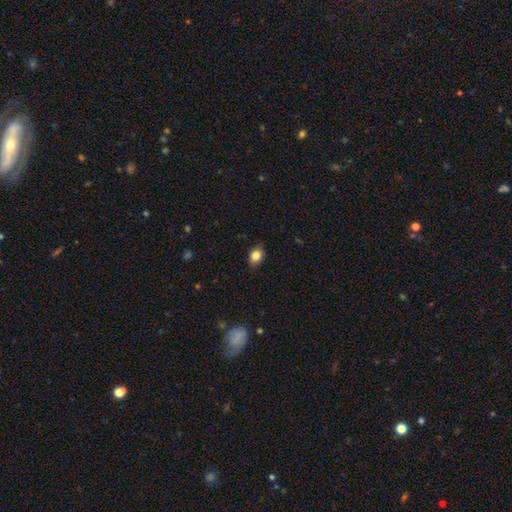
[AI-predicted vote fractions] smooth-or-featured: smooth: 84% | star or artifact: 9% | featured or disk: 7%
  how-rounded: in between: 71% | round: 28% | cigar-shaped: 1%
  merging: none: 83% | minor disturbance: 13% | major disturbance: 3% | merger: 1%